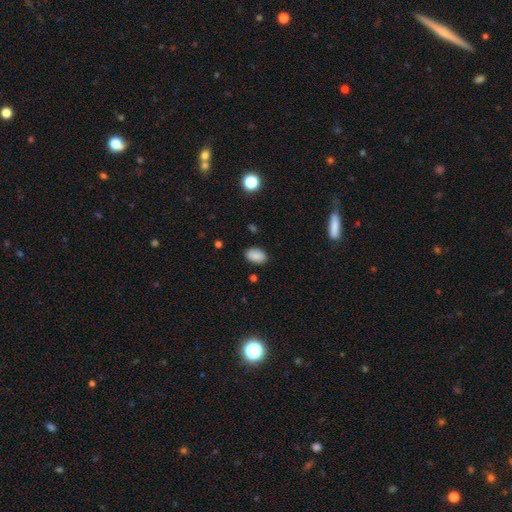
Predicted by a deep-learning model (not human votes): smooth 86%, star or artifact 9%, featured or disk 5%. Down the decision tree: how rounded — in between (88%); merging — none (84%).